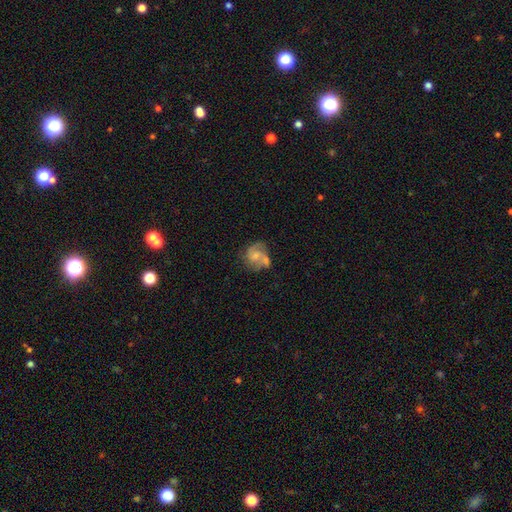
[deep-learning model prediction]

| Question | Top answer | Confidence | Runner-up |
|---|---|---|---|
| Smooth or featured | featured or disk | 57% | smooth (35%) |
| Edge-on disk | no | 98% | yes (2%) |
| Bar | no | 68% | weak (28%) |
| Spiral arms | yes | 79% | no (21%) |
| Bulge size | small | 41% | moderate (39%) |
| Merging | none | 37% | merger (32%) |